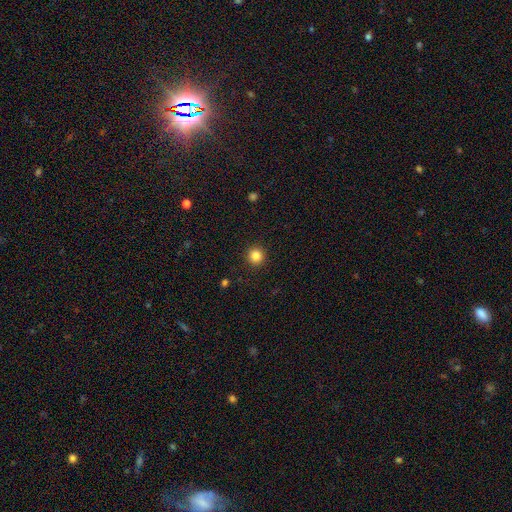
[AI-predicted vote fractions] smooth 85%, star or artifact 11%, featured or disk 4%. Down the decision tree: how rounded — round (95%); merging — none (92%).